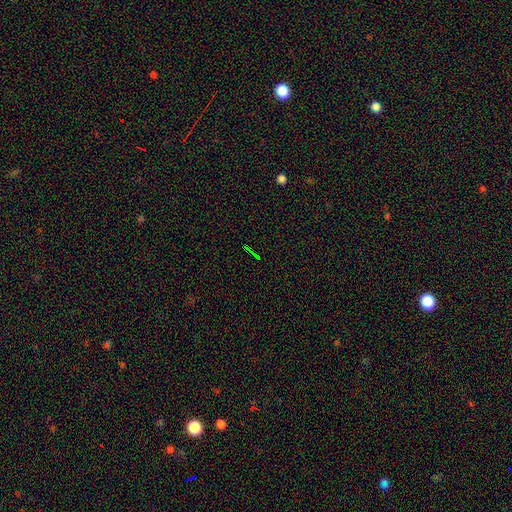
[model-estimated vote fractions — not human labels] Smooth or featured? star or artifact (75%)